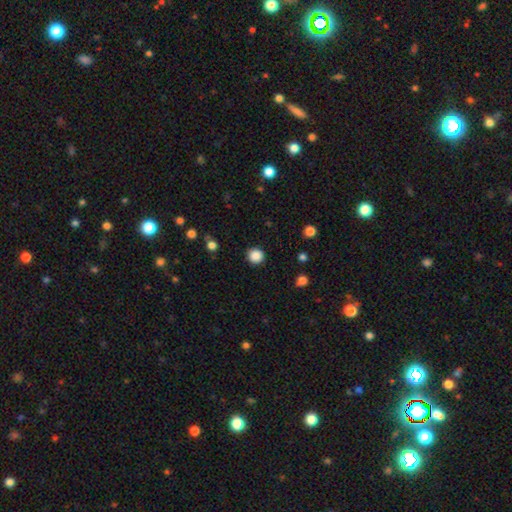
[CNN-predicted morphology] A smooth galaxy with no disk features (87%) that is round (94%). Merging: none (91%).